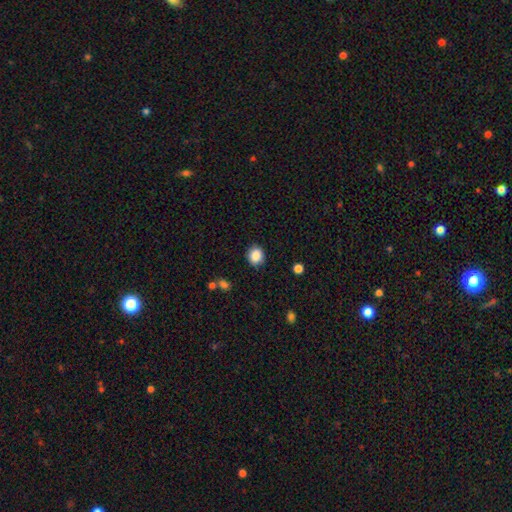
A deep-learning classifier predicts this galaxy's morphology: A smooth galaxy with no disk features (88%) that is round (76%).

Vote fractions:
- Smooth or featured? smooth: 88% / star or artifact: 9% / featured or disk: 4%
- How rounded? round: 76% / in between: 23% / cigar-shaped: 1%
- Merging? none: 87% / minor disturbance: 9% / major disturbance: 3% / merger: 2%